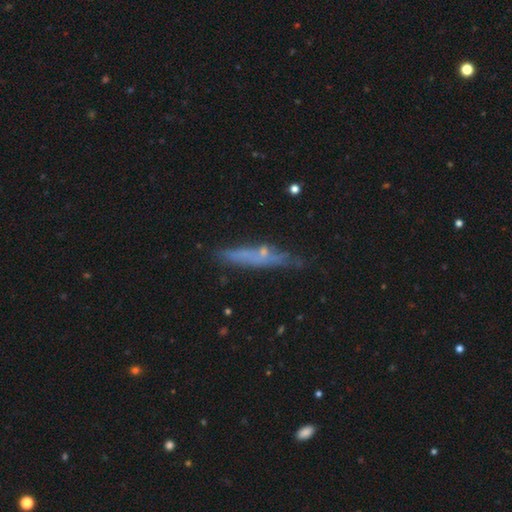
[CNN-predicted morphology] Smooth or featured? Predicted: smooth (p=0.45). Merging? Predicted: none (p=0.68).